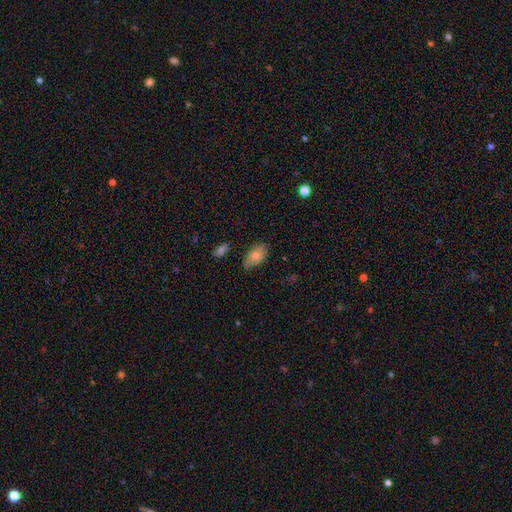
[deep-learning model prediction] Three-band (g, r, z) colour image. It shows a smooth galaxy with no disk features (77%) that is in between round and cigar-shaped (92%). Merging: none (60%).